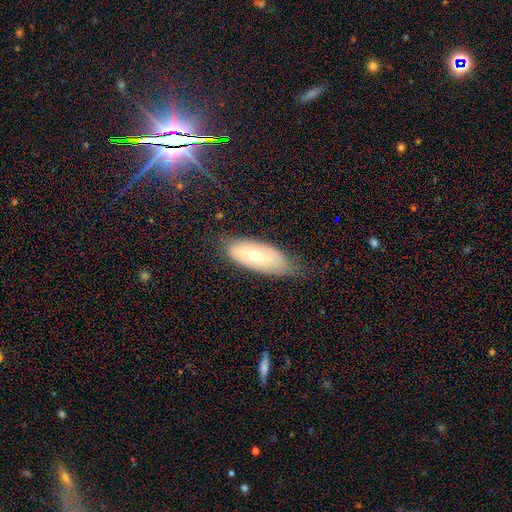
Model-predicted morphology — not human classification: The model was most divided on "smooth or featured": smooth: 47%, featured or disk: 46%, star or artifact: 8%. More confident: merging — none (66%).